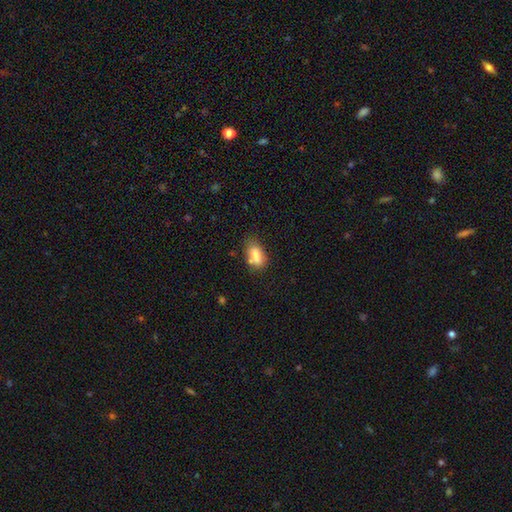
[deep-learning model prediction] Smooth or featured?
  - smooth: 81% *
  - featured or disk: 10%
  - star or artifact: 9%
How rounded?
  - in between: 86% *
  - cigar-shaped: 8%
  - round: 6%
Merging?
  - none: 58% *
  - minor disturbance: 24%
  - merger: 11%
  - major disturbance: 7%